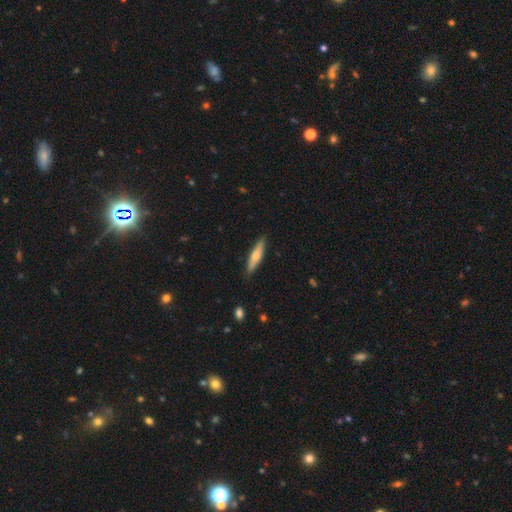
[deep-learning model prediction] The model was most divided on "smooth or featured": smooth: 56%, featured or disk: 38%, star or artifact: 6%. More confident: merging — none (88%); how rounded — cigar-shaped (81%).